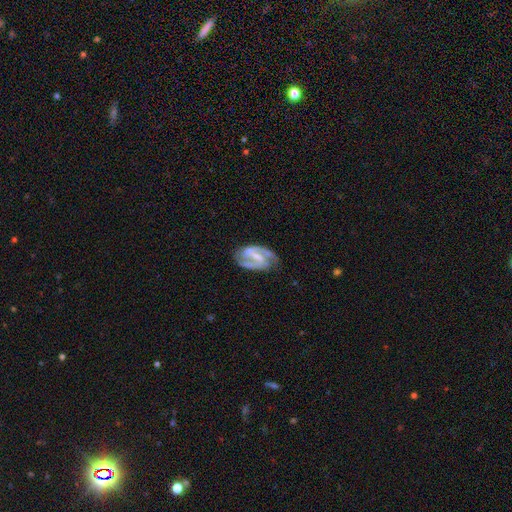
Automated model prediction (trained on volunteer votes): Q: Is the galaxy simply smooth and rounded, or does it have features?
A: featured or disk — 88%.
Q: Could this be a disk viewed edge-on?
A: no — 97%.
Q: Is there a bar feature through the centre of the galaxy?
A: strong — 50%.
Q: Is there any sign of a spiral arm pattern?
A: yes — 96%.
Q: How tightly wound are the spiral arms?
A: medium — 54%.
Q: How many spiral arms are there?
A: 2 — 89%.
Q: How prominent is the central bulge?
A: small — 46%.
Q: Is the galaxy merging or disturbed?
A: none — 74%.